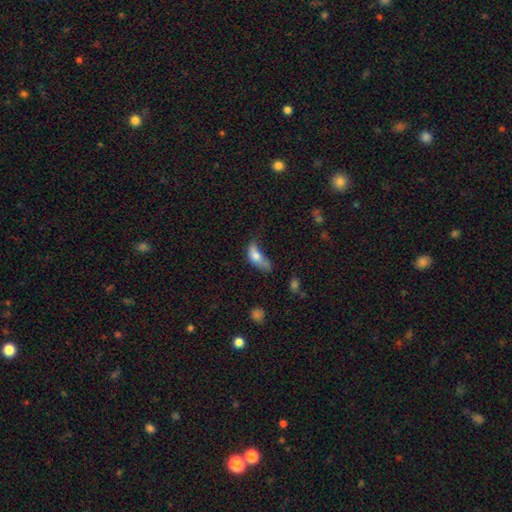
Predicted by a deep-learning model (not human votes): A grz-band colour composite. It shows a smooth galaxy with no disk features (71%) that is in between round and cigar-shaped (79%). Merging: major disturbance (40%).